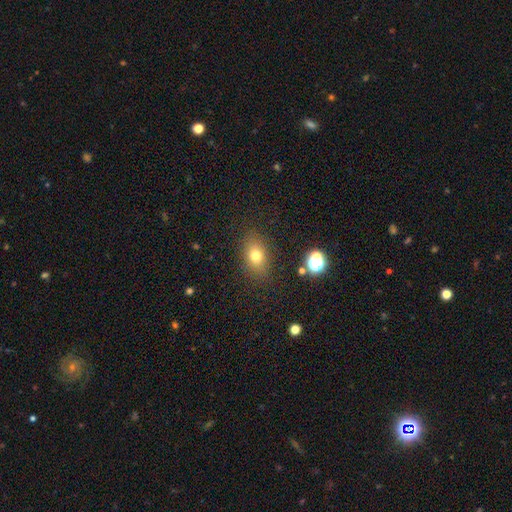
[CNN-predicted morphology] The model was most divided on "how rounded": in between: 69%, round: 29%, cigar-shaped: 2%. More confident: merging — none (84%); smooth or featured — smooth (74%).